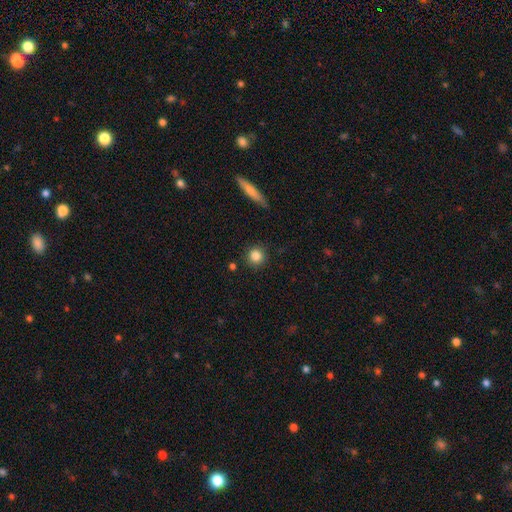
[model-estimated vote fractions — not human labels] The model was most divided on "smooth or featured": smooth: 84%, star or artifact: 10%, featured or disk: 7%. More confident: how rounded — round (93%); merging — none (89%).